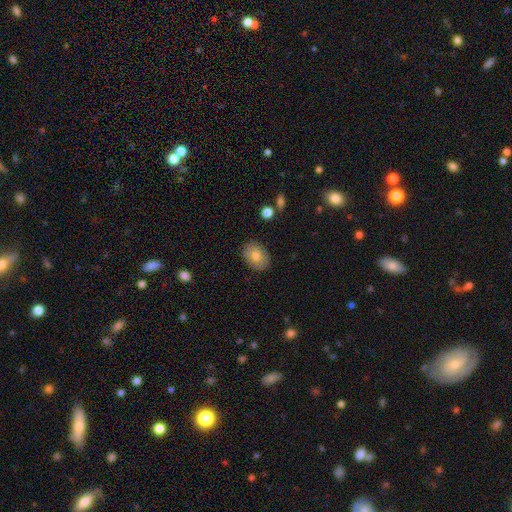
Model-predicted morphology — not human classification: smooth-or-featured: smooth: 76% | featured or disk: 16% | star or artifact: 8%
  how-rounded: in between: 70% | round: 29% | cigar-shaped: 1%
  merging: none: 86% | minor disturbance: 11% | major disturbance: 2% | merger: 1%